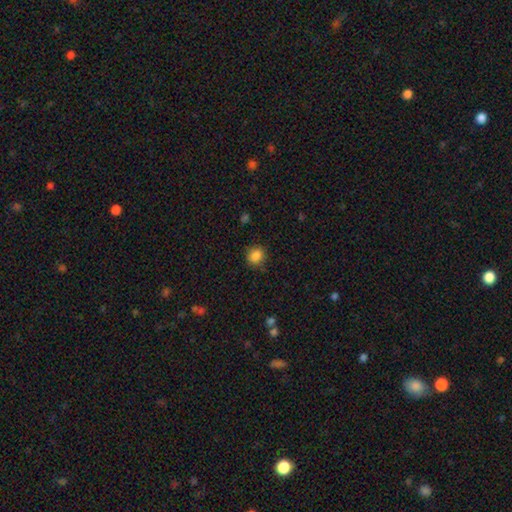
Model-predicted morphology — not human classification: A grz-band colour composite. It shows a smooth galaxy with no disk features (86%) that is round (67%). Merging: none (85%).